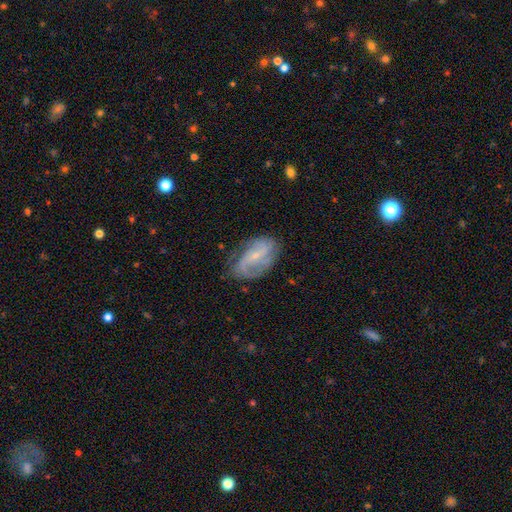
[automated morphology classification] A featured or disk galaxy (79%) with a weak bar (43%), 2 (67%) medium (42%) spiral arms (92%) and a small central bulge (77%). Merging: none (68%).